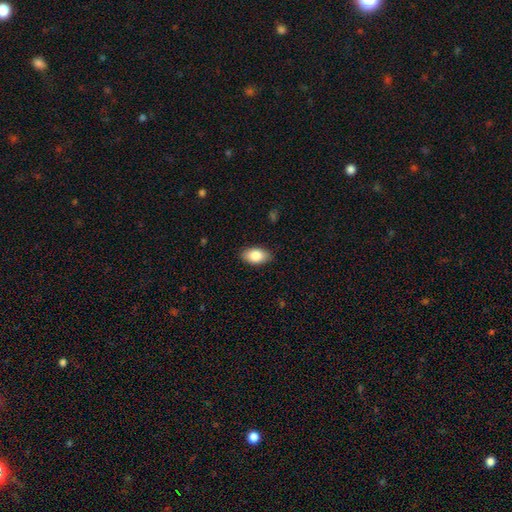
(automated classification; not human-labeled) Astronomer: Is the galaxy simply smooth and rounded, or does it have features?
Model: smooth — 84%.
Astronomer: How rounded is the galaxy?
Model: in between — 93%.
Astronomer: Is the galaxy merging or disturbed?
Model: none — 87%.